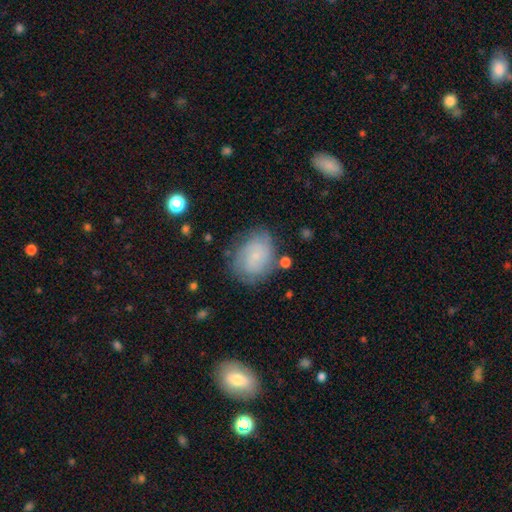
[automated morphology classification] The model was most divided on "smooth or featured": smooth: 46%, featured or disk: 44%, star or artifact: 10%. More confident: merging — none (68%).